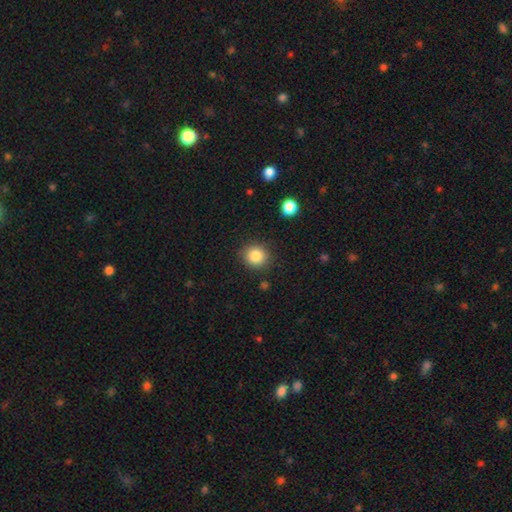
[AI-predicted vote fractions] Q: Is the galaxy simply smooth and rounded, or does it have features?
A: smooth — 84%.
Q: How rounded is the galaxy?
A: round — 86%.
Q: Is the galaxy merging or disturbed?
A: none — 88%.